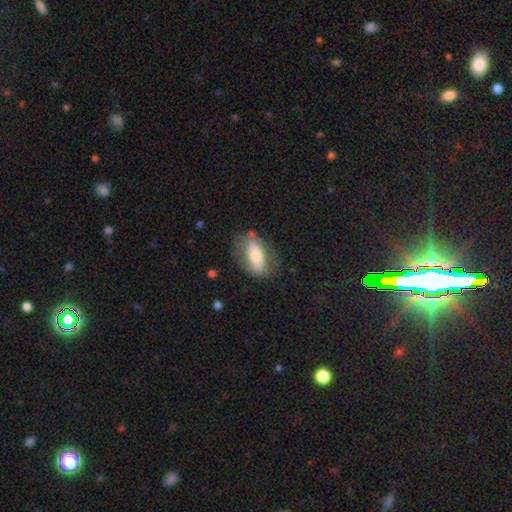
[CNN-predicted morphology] Q: Smooth or featured?
A: smooth (58%); runner-up: featured or disk (36%)
Q: How rounded?
A: in between (86%); runner-up: cigar-shaped (9%)
Q: Merging?
A: none (68%); runner-up: minor disturbance (20%)